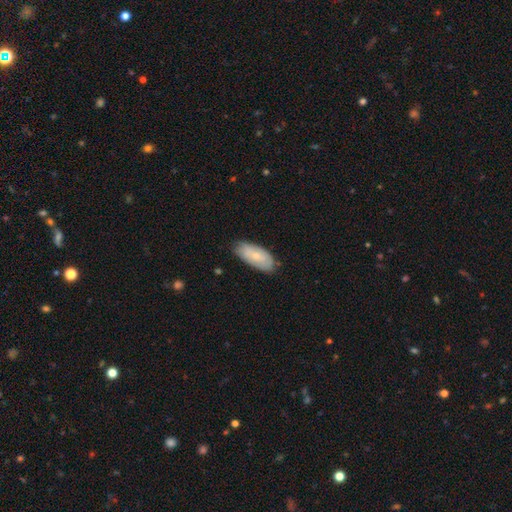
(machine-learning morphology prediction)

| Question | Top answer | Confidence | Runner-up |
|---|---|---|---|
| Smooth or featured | smooth | 65% | featured or disk (29%) |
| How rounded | in between | 89% | cigar-shaped (8%) |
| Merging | none | 76% | minor disturbance (20%) |